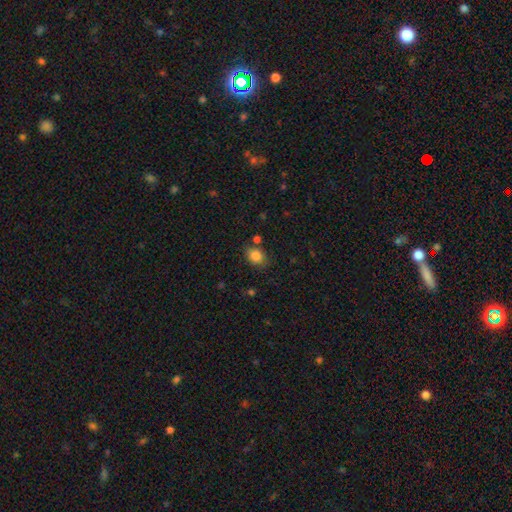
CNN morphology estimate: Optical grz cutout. It shows a smooth galaxy with no disk features (84%) that is in between round and cigar-shaped (53%). Merging: none (71%).